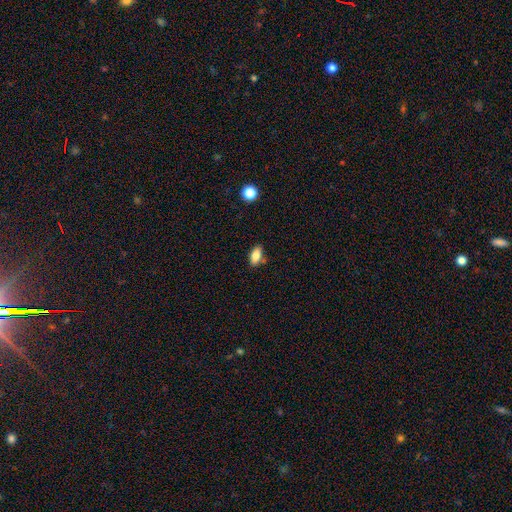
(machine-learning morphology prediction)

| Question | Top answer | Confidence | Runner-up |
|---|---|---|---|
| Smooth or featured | smooth | 82% | featured or disk (10%) |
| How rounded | in between | 89% | cigar-shaped (7%) |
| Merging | none | 80% | minor disturbance (12%) |